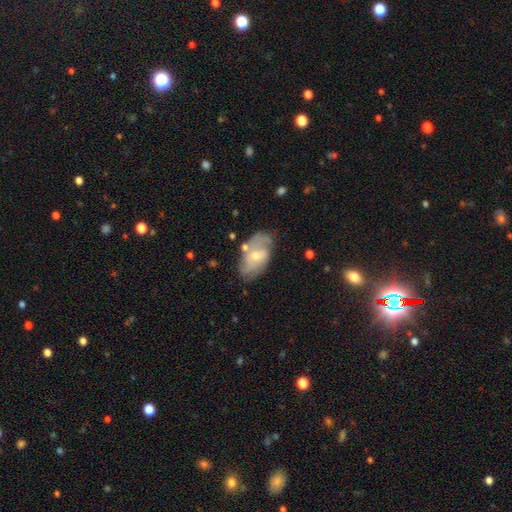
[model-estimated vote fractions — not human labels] Smooth or featured?
  - featured or disk: 63% *
  - smooth: 29%
  - star or artifact: 8%
Edge-on disk?
  - no: 93% *
  - yes: 7%
Bar?
  - no: 59% *
  - weak: 34%
  - strong: 7%
Spiral arms?
  - yes: 74% *
  - no: 26%
Bulge size?
  - small: 51% *
  - moderate: 44%
  - none: 2%
  - large: 2%
  - dominant: 1%
Merging?
  - none: 63% *
  - minor disturbance: 23%
  - major disturbance: 8%
  - merger: 6%